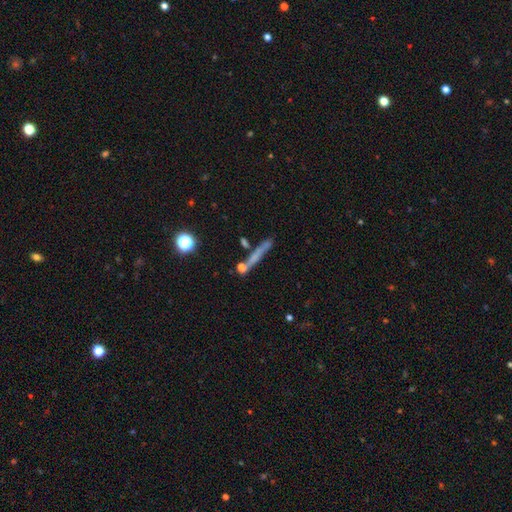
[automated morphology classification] Smooth or featured: smooth — 51% (featured or disk — 35%)
How rounded: cigar-shaped — 90% (in between — 5%)
Merging: none — 71% (minor disturbance — 14%)